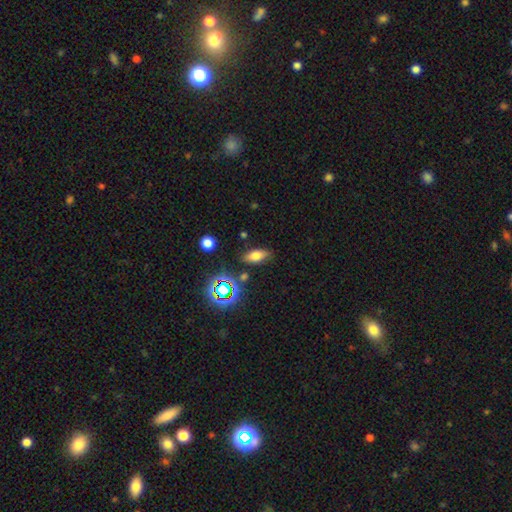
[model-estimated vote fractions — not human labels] smooth 68%, star or artifact 18%, featured or disk 15%. Down the decision tree: how rounded — in between (79%); merging — none (81%).